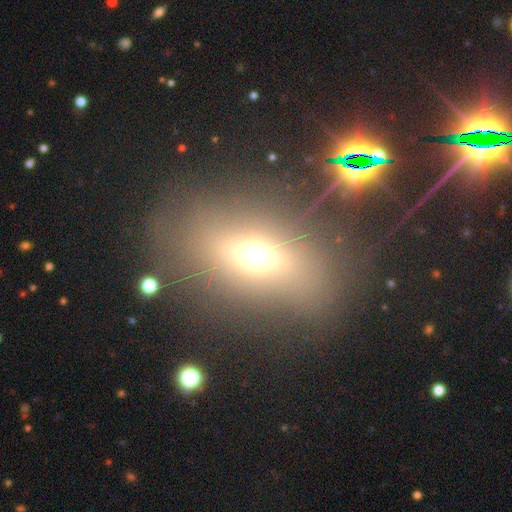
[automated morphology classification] smooth 53%, featured or disk 25%, star or artifact 22%. Down the decision tree: how rounded — in between (70%); merging — none (76%).